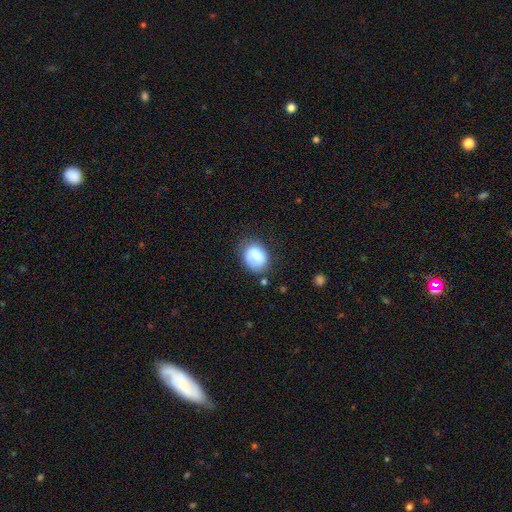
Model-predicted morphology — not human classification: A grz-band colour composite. It shows a smooth galaxy with no disk features (80%) that is in between round and cigar-shaped (55%). Merging: none (60%).